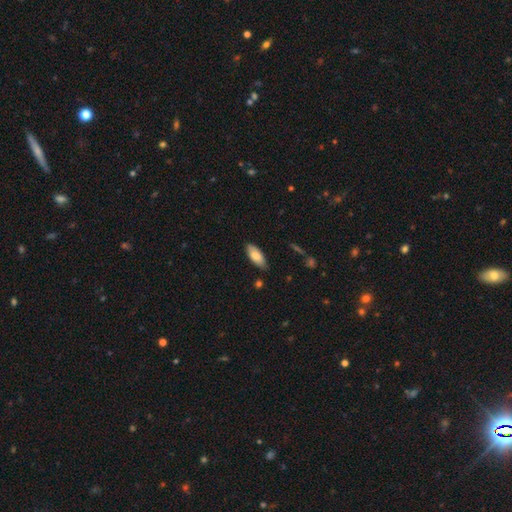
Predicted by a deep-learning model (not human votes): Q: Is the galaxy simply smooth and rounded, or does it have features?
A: smooth — 80%.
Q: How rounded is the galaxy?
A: in between — 82%.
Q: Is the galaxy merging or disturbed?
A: none — 82%.